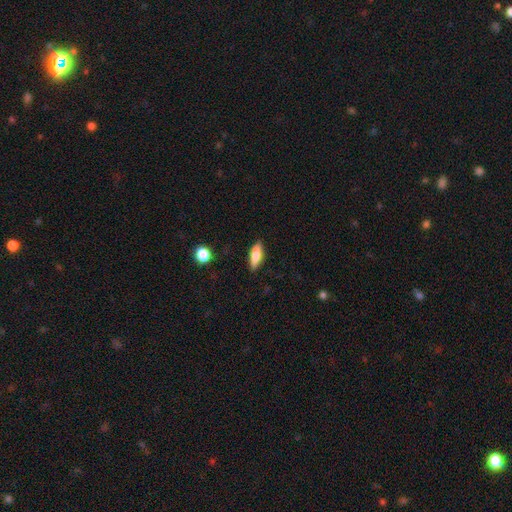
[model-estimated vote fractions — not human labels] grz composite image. It shows a smooth galaxy with no disk features (75%) that is in between round and cigar-shaped (57%). Merging: none (86%).